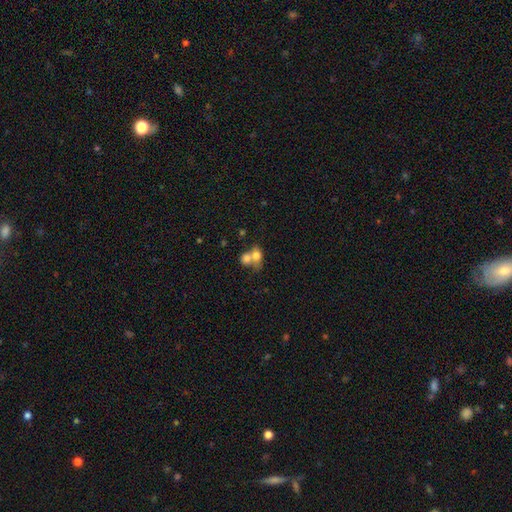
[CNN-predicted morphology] smooth 72%, featured or disk 18%, star or artifact 10%. Down the decision tree: how rounded — in between (53%); merging — merger (66%).